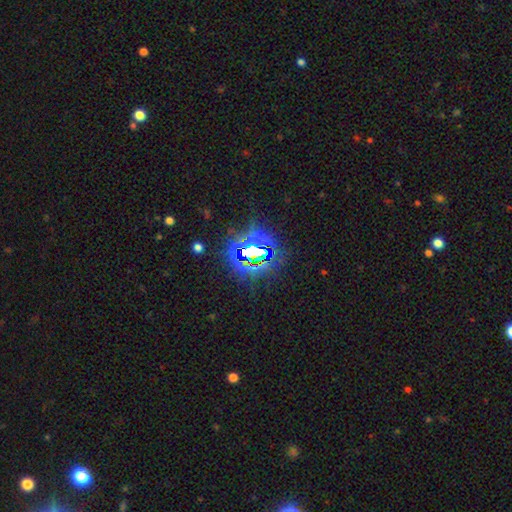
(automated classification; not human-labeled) Q: Smooth or featured?
A: star or artifact (80%); runner-up: smooth (12%)